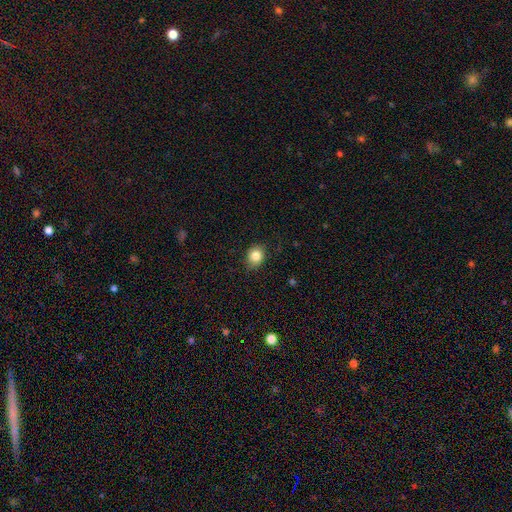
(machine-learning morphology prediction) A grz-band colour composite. It shows a smooth galaxy with no disk features (84%) that is round (64%). Merging: none (81%).